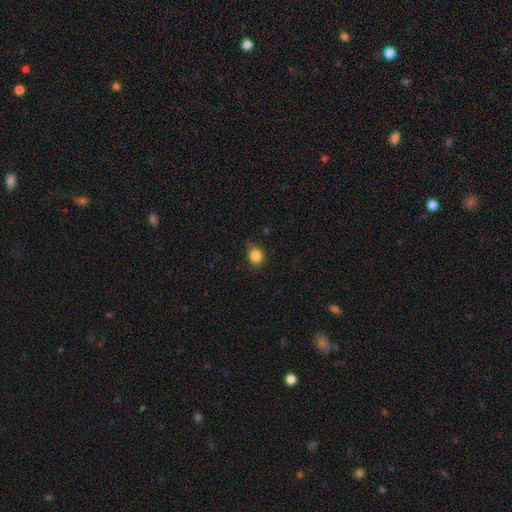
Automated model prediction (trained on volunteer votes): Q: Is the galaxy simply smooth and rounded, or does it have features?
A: smooth — 85%.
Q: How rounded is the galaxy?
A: round — 75%.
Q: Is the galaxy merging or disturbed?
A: none — 82%.